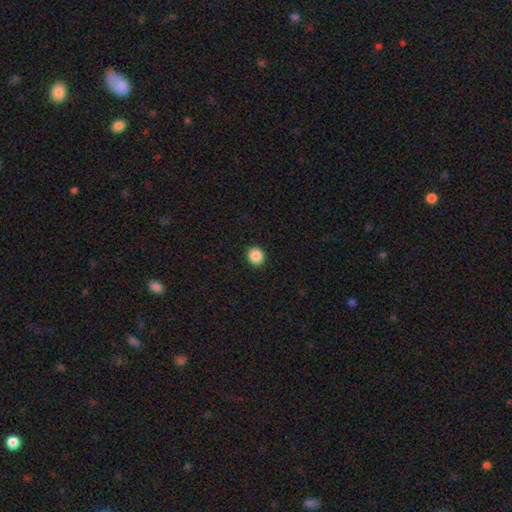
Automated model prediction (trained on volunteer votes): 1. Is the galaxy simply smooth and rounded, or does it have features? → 88% smooth, 9% star or artifact, 3% featured or disk.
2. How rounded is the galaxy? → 82% round, 17% in between, 1% cigar-shaped.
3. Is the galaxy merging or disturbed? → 92% none, 5% minor disturbance, 2% major disturbance, 1% merger.